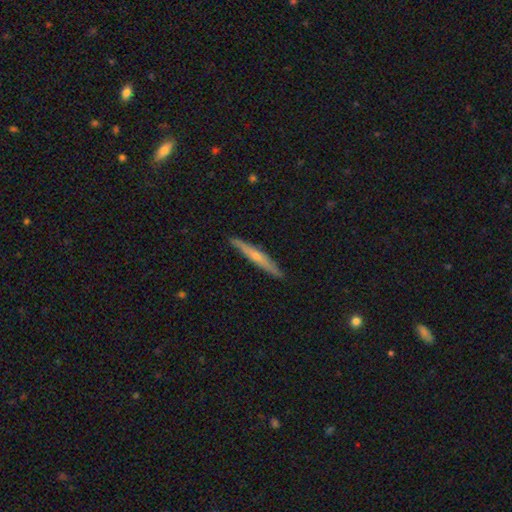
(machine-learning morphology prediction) Smooth or featured? Predicted: featured or disk (p=0.56). Edge-on disk? Predicted: yes (p=0.95). Edge-on bulge? Predicted: rounded (p=0.67). Merging? Predicted: none (p=0.89).